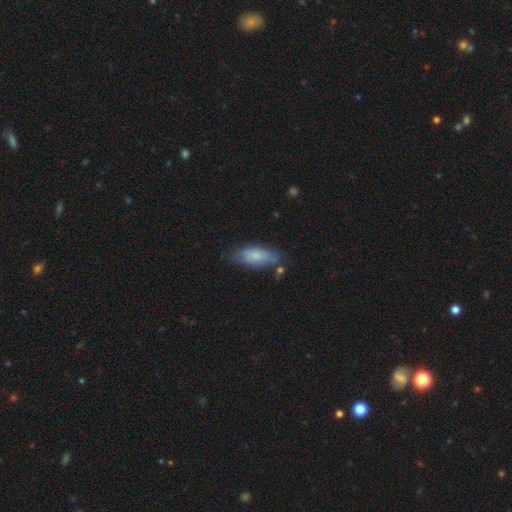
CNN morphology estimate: A smooth galaxy with no disk features (74%) that is in between round and cigar-shaped (79%). Merging: none (64%).